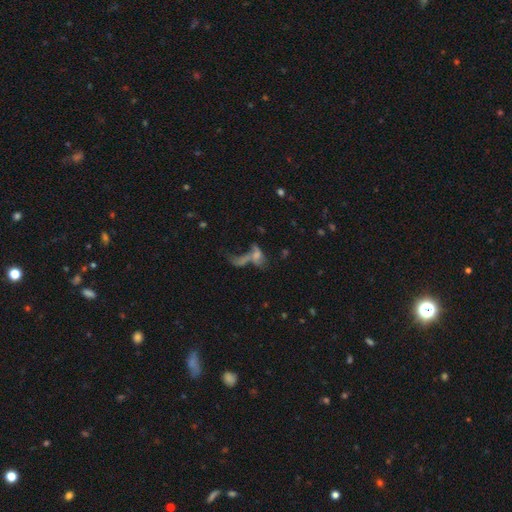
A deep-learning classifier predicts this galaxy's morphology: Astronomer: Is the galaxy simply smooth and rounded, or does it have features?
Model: smooth — 38% (runner-up: featured or disk, 36%).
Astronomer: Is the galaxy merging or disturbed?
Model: merger — 46% (runner-up: major disturbance, 23%).